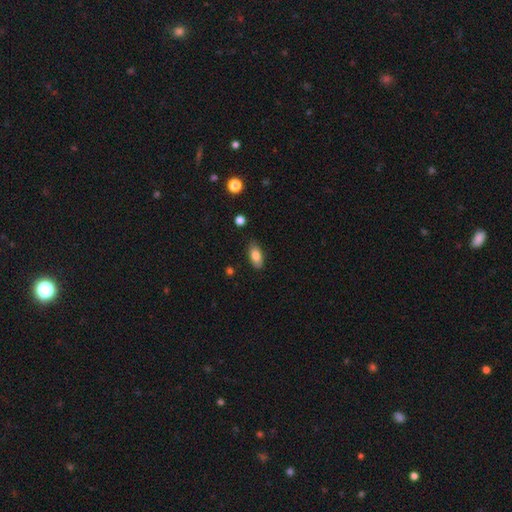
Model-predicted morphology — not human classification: This is clearly a smooth galaxy (81%). How rounded: clearly in between (89%). Merging: clearly none (84%).